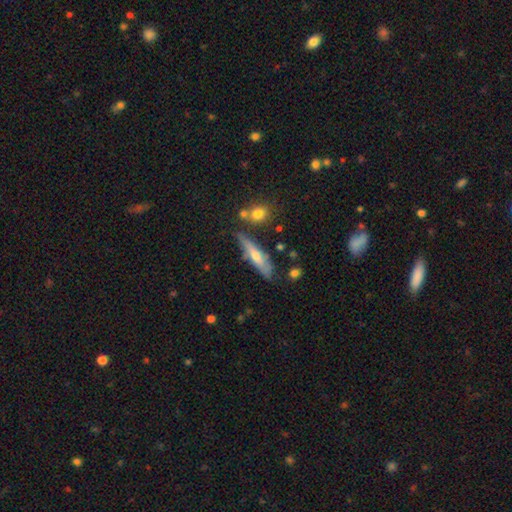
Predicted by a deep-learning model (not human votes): smooth_or_featured: featured or disk (p=0.55) [alt: smooth p=0.37]
disk_edge_on: yes (p=0.84) [alt: no p=0.16]
merging: none (p=0.73) [alt: minor disturbance p=0.17]